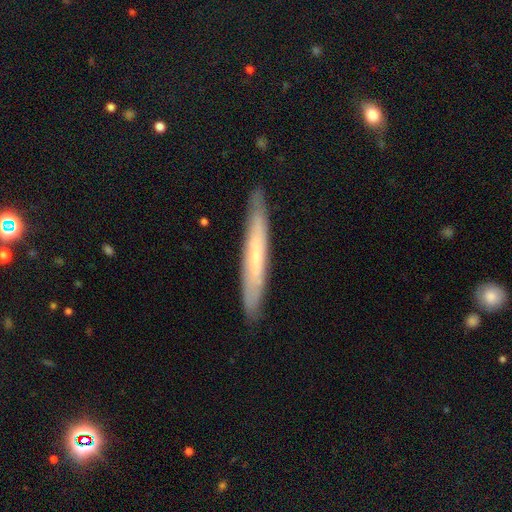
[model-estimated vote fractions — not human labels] A featured or disk galaxy (48%).

Vote fractions:
- Smooth or featured? featured or disk: 48% / smooth: 45% / star or artifact: 6%
- Merging? none: 88% / minor disturbance: 9% / major disturbance: 2% / merger: 1%